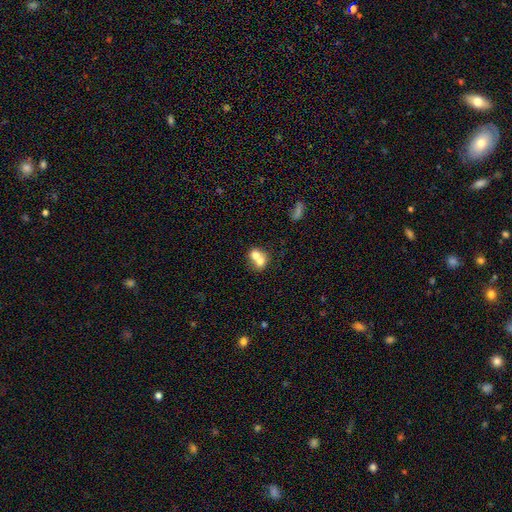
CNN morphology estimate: Overall: smooth (67%). How rounded: round (59%; in between 40%). Merging: merger (73%).